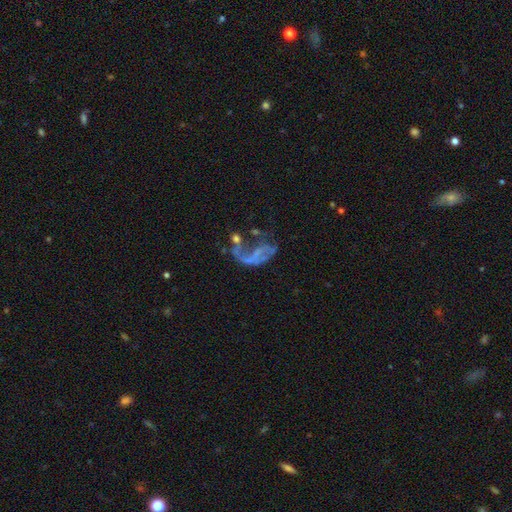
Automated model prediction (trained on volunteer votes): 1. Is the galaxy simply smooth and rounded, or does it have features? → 67% featured or disk, 18% smooth, 16% star or artifact.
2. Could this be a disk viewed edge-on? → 96% no, 4% yes.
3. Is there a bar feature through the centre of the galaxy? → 65% no, 23% weak, 12% strong.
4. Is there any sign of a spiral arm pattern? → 53% no, 47% yes.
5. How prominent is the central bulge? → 71% none, 21% small, 6% moderate, 2% large, 1% dominant.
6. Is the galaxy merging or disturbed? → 48% major disturbance, 22% none, 18% merger, 13% minor disturbance.